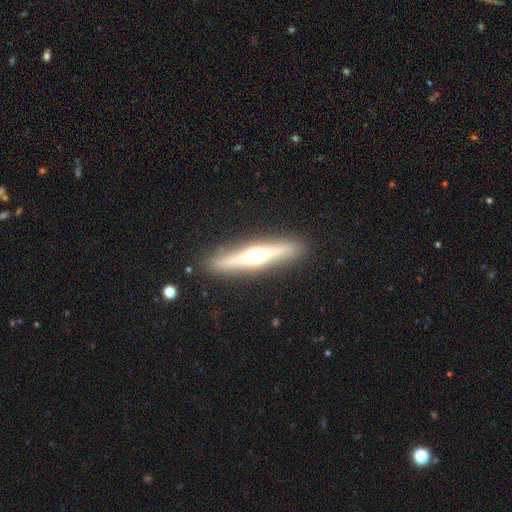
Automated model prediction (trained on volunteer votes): The model was most divided on "smooth or featured": featured or disk: 66%, smooth: 26%, star or artifact: 8%. More confident: edge-on bulge — rounded (94%); edge-on disk — yes (94%); merging — none (89%).